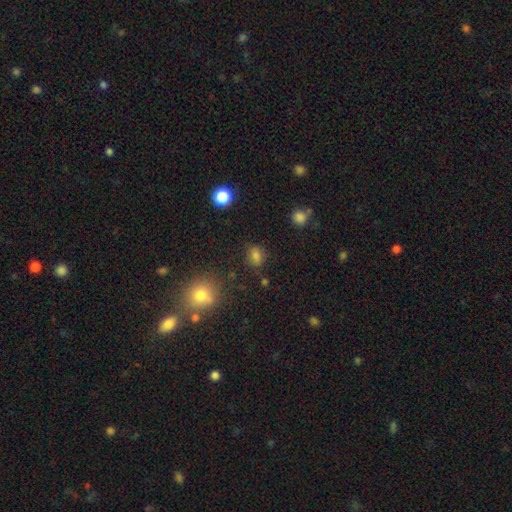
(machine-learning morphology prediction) smooth-or-featured: smooth: 77% | star or artifact: 16% | featured or disk: 7%
  how-rounded: in between: 54% | round: 44% | cigar-shaped: 2%
  merging: none: 76% | minor disturbance: 15% | major disturbance: 5% | merger: 4%